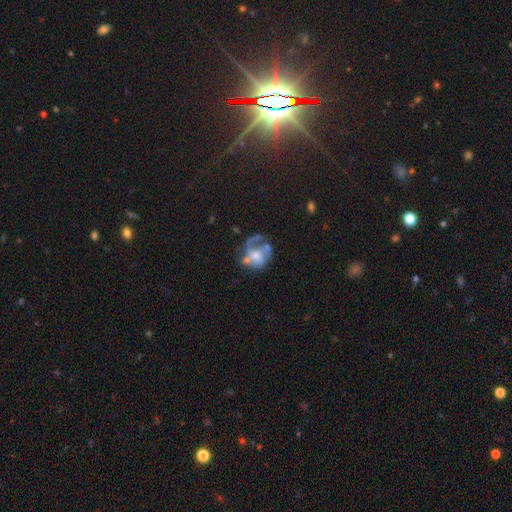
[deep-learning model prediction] Q: Smooth or featured?
A: featured or disk (61%); runner-up: smooth (30%)
Q: Edge-on disk?
A: no (98%); runner-up: yes (2%)
Q: Bar?
A: no (75%); runner-up: weak (21%)
Q: Spiral arms?
A: yes (54%); runner-up: no (46%)
Q: Bulge size?
A: moderate (45%); runner-up: small (20%)
Q: Merging?
A: major disturbance (36%); runner-up: none (31%)